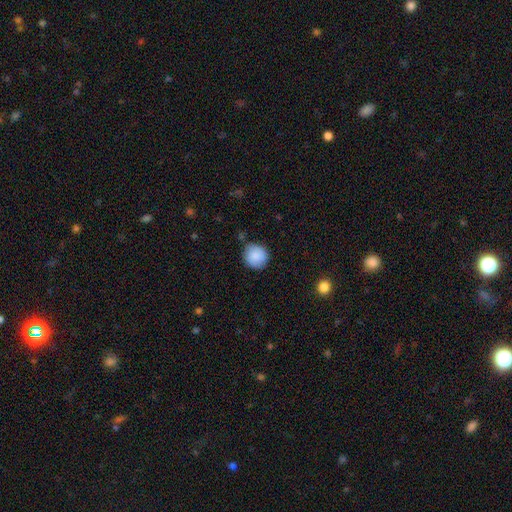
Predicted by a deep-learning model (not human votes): This appears to be a smooth galaxy with no disk features (86%) that is round (92%). Merging: none (81%).